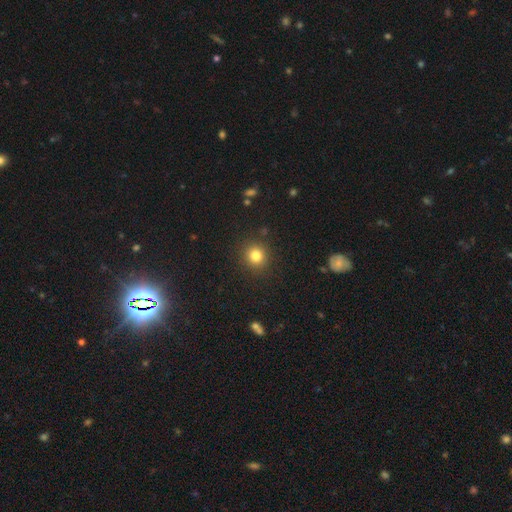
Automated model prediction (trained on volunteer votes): Overall: smooth (82%). How rounded: round (89%). Merging: none (90%).